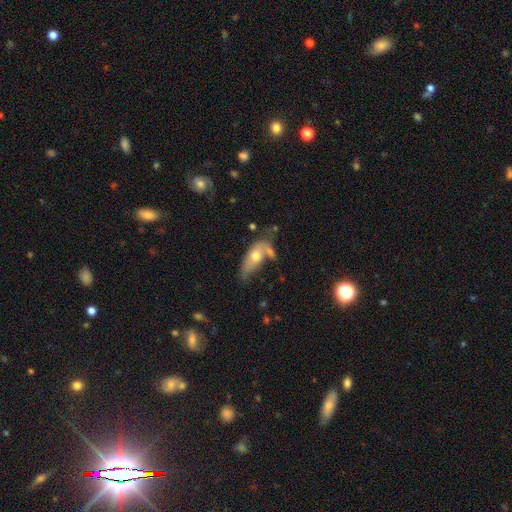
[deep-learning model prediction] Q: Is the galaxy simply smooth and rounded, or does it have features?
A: smooth — 57%.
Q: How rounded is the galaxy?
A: in between — 81%.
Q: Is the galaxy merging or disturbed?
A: none — 31%.